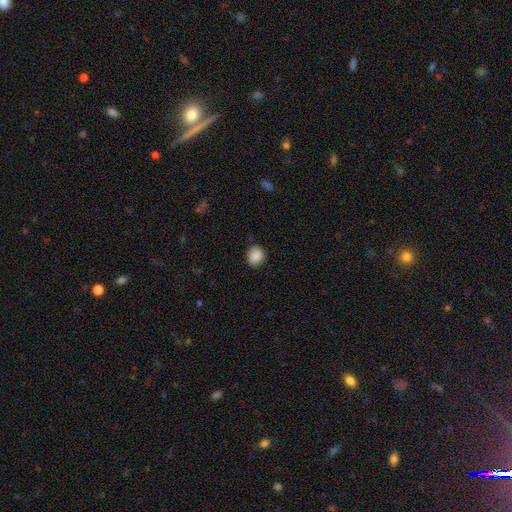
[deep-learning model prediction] Smooth or featured? smooth (89%)
How rounded? round (70%)
Merging? none (85%)